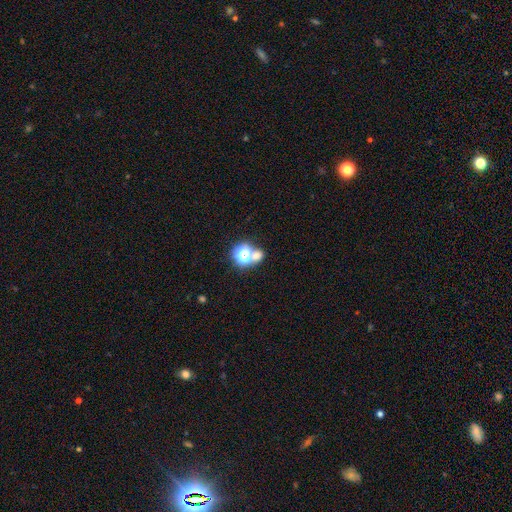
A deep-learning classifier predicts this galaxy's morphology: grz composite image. It shows a smooth galaxy with no disk features (53%) that is round (71%). Merging: none (54%).